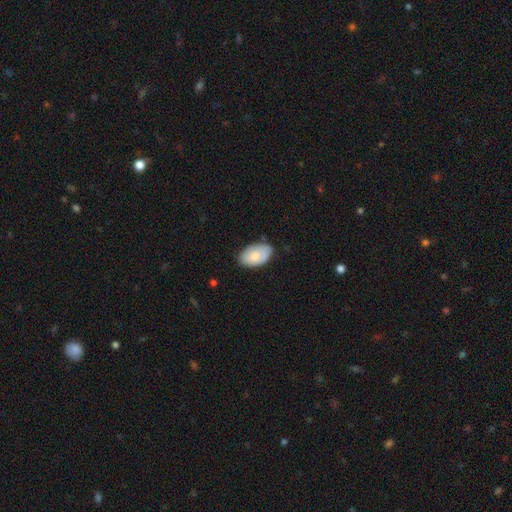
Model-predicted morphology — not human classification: Smooth or featured? smooth (77%)
How rounded? in between (93%)
Merging? none (72%)